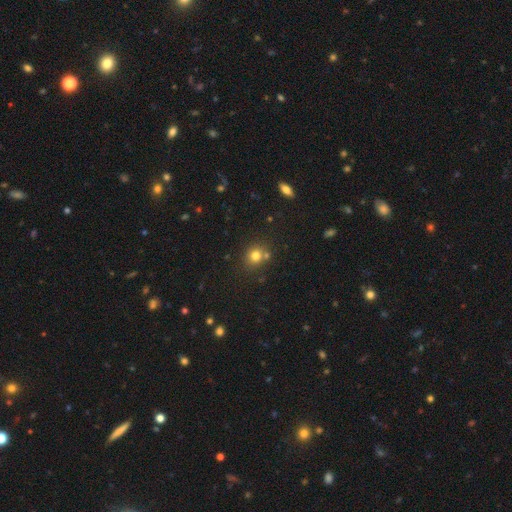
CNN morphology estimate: Smooth or featured? smooth (75%)
How rounded? round (80%)
Merging? none (68%)